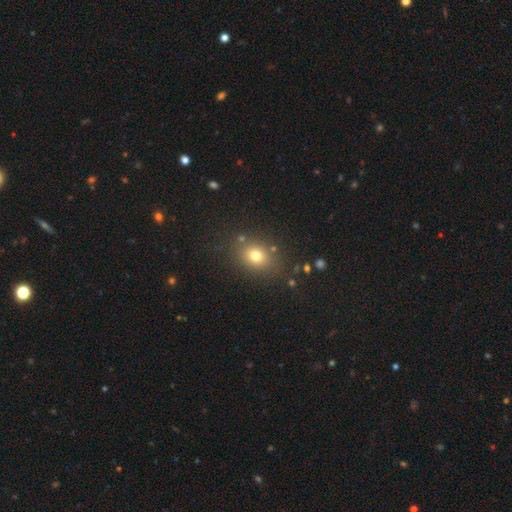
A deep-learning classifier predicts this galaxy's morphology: A smooth galaxy with no disk features (75%) that is round (52%).

Vote fractions:
- Smooth or featured? smooth: 75% / star or artifact: 15% / featured or disk: 10%
- How rounded? round: 52% / in between: 47% / cigar-shaped: 1%
- Merging? none: 80% / minor disturbance: 11% / major disturbance: 4% / merger: 4%